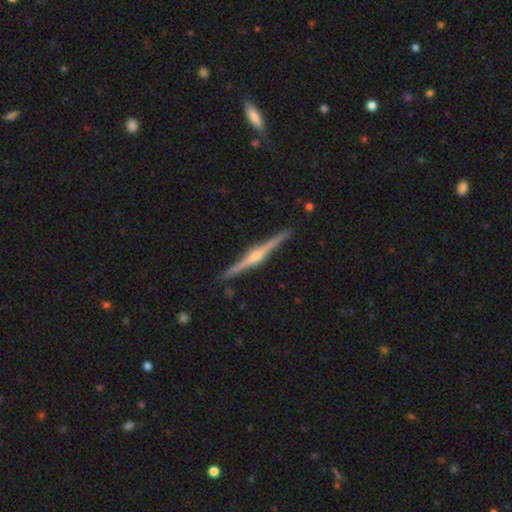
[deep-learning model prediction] Smooth or featured? featured or disk (84%)
Edge-on disk? yes (99%)
Edge-on bulge? rounded (88%)
Merging? none (91%)